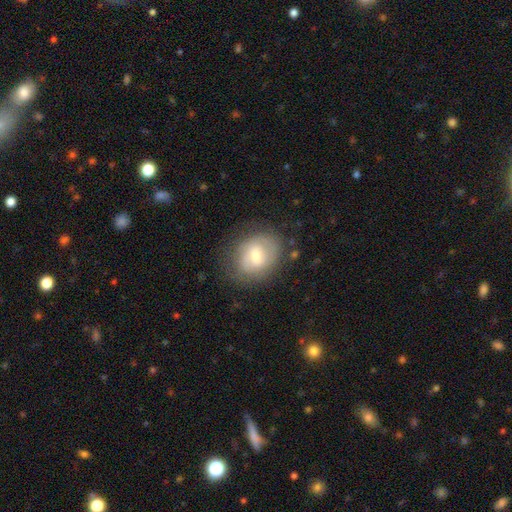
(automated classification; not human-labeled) This is possibly a featured or disk galaxy (47%). Merging: likely none (74%).